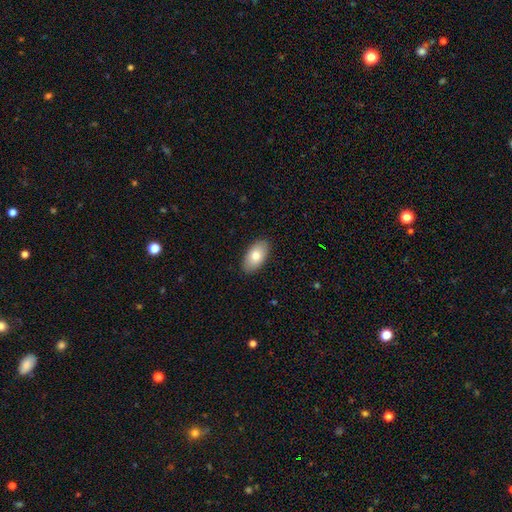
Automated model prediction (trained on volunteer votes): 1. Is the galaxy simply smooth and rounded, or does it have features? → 80% smooth, 14% featured or disk, 6% star or artifact.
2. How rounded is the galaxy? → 95% in between, 3% round, 2% cigar-shaped.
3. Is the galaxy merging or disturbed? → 89% none, 9% minor disturbance, 2% major disturbance, 1% merger.